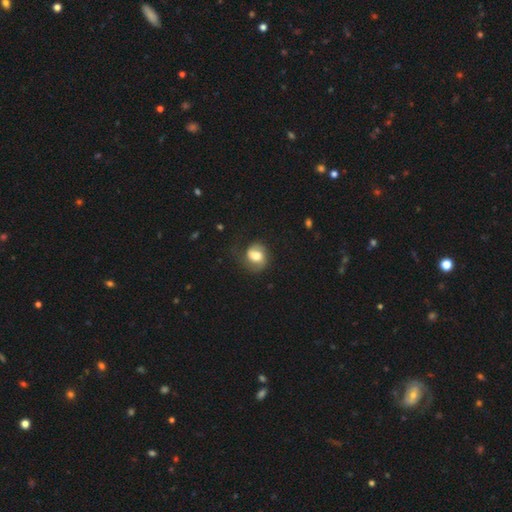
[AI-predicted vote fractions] This is possibly a smooth galaxy (52%). How rounded: possibly round (59%). Merging: possibly none (55%).